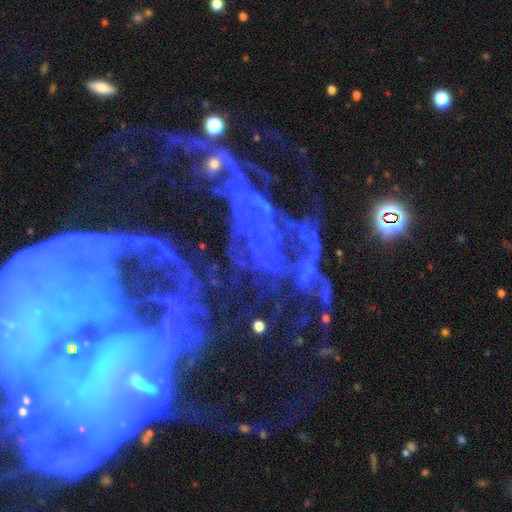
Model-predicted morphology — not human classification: smooth_or_featured: featured or disk (p=0.66) [alt: star or artifact p=0.23]
disk_edge_on: no (p=0.90) [alt: yes p=0.10]
bar: no (p=0.57) [alt: weak p=0.23]
has_spiral_arms: yes (p=0.70) [alt: no p=0.30]
bulge_size: small (p=0.36) [alt: moderate p=0.25]
merging: none (p=0.34) [alt: major disturbance p=0.33]